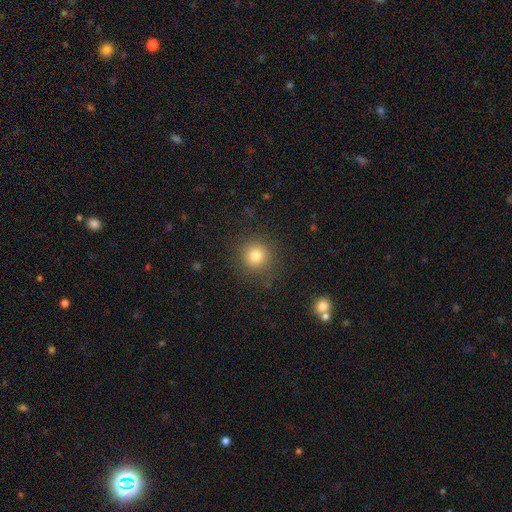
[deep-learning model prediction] Smooth or featured?
  - smooth: 79% *
  - star or artifact: 13%
  - featured or disk: 7%
How rounded?
  - round: 92% *
  - in between: 7%
  - cigar-shaped: 1%
Merging?
  - none: 86% *
  - minor disturbance: 9%
  - major disturbance: 4%
  - merger: 1%